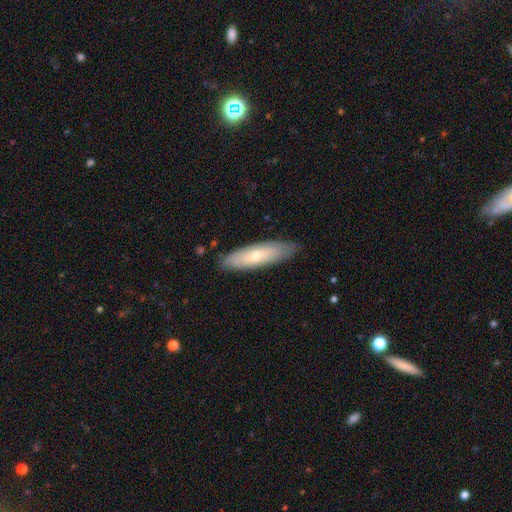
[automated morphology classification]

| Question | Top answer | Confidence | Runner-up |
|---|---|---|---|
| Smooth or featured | smooth | 60% | featured or disk (34%) |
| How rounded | cigar-shaped | 62% | in between (36%) |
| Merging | none | 84% | minor disturbance (13%) |